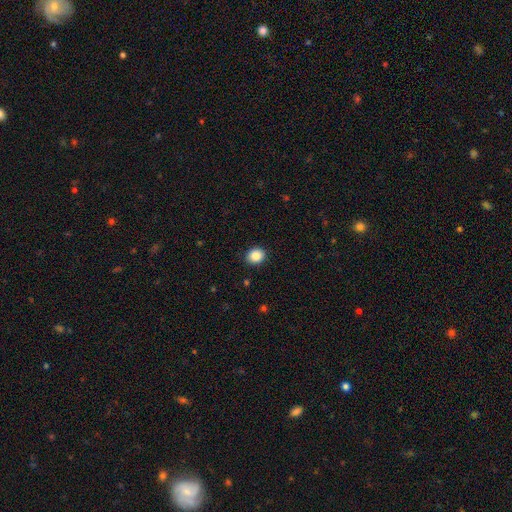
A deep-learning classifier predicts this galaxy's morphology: smooth 87%, star or artifact 9%, featured or disk 4%. Down the decision tree: how rounded — round (69%); merging — none (91%).